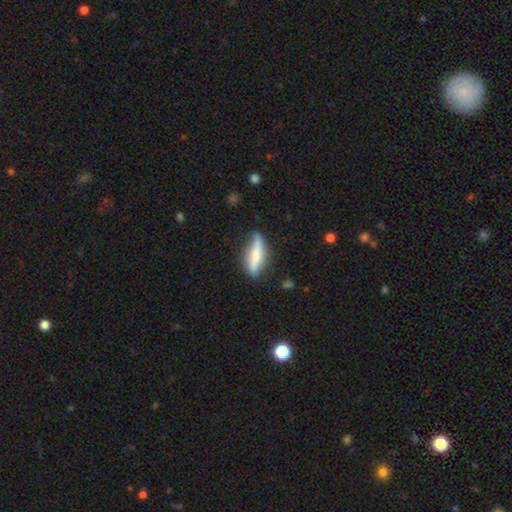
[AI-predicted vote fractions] Q: Smooth or featured?
A: smooth (54%); runner-up: featured or disk (40%)
Q: How rounded?
A: cigar-shaped (71%); runner-up: in between (27%)
Q: Merging?
A: none (77%); runner-up: minor disturbance (17%)